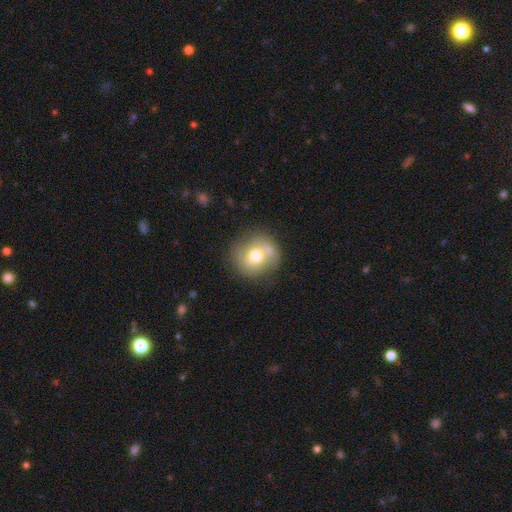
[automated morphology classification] Smooth or featured? Predicted: smooth (p=0.64). How rounded? Predicted: round (p=0.88). Merging? Predicted: none (p=0.67).